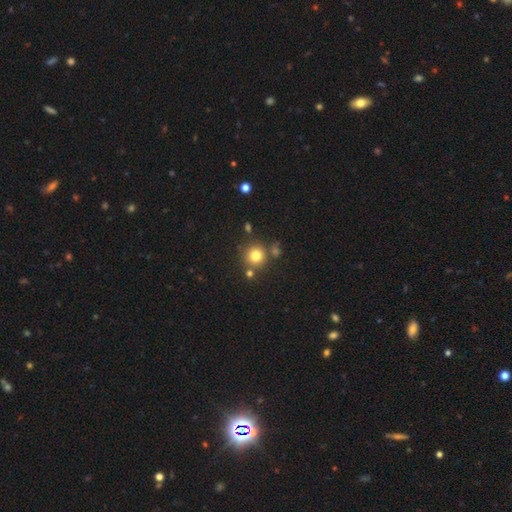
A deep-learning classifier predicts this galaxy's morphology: smooth_or_featured: smooth (p=0.78) [alt: star or artifact p=0.13]
how_rounded: round (p=0.92) [alt: in between p=0.07]
merging: none (p=0.77) [alt: merger p=0.11]